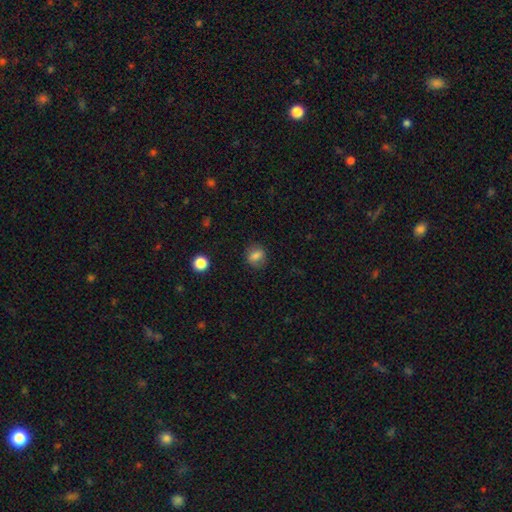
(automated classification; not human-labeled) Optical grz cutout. It shows a smooth galaxy with no disk features (77%) that is round (57%). Merging: none (81%).